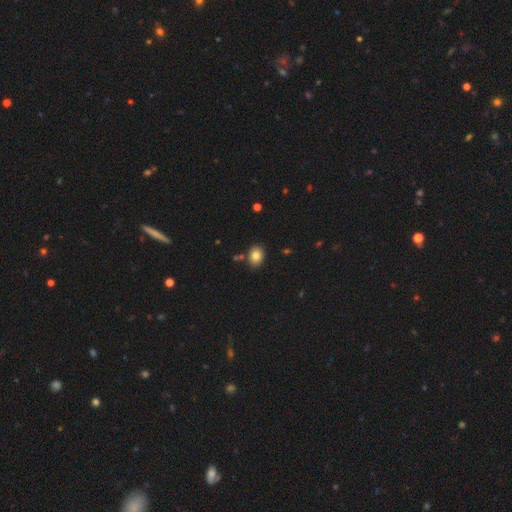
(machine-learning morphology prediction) type=smooth (82%); roundness=in between (54%); merging=none (83%).